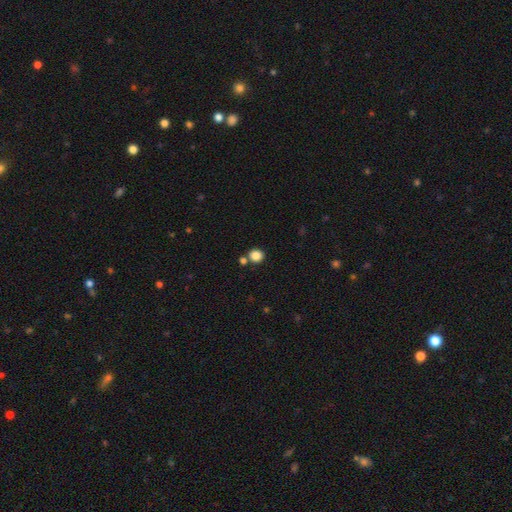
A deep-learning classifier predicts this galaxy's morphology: Smooth or featured? smooth (85%)
How rounded? round (85%)
Merging? none (74%)